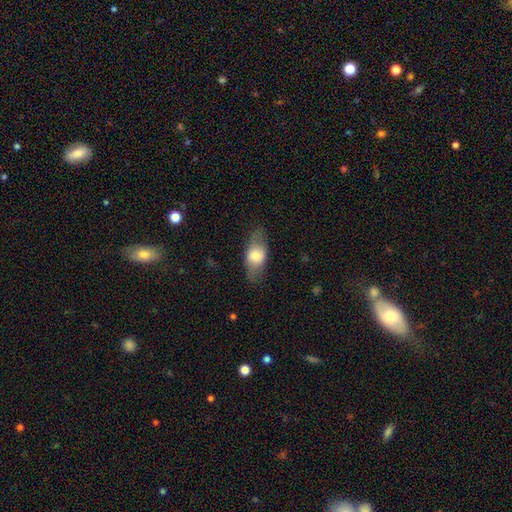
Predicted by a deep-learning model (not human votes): A smooth galaxy with no disk features (65%) that is in between round and cigar-shaped (79%).

Vote fractions:
- Smooth or featured? smooth: 65% / featured or disk: 28% / star or artifact: 7%
- How rounded? in between: 79% / round: 11% / cigar-shaped: 10%
- Merging? none: 76% / minor disturbance: 16% / major disturbance: 7% / merger: 1%